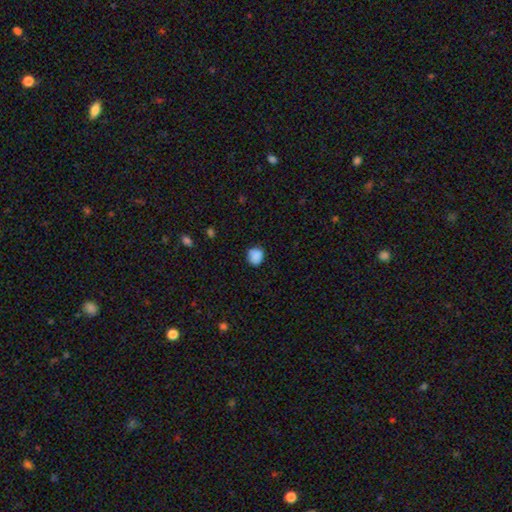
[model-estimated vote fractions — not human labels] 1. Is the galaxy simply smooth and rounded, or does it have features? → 87% smooth, 9% star or artifact, 4% featured or disk.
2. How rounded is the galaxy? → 78% round, 21% in between, 1% cigar-shaped.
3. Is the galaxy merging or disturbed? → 80% none, 16% minor disturbance, 3% major disturbance, 1% merger.